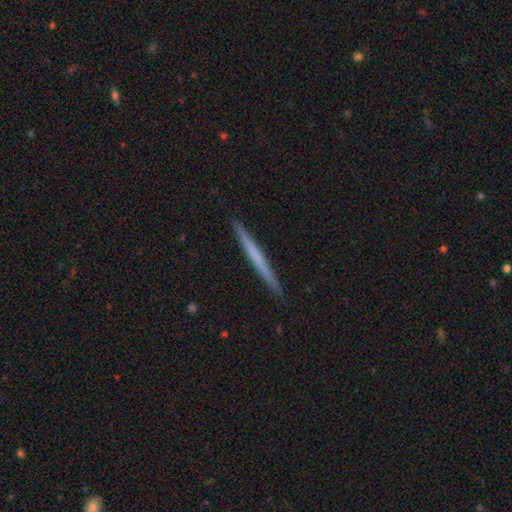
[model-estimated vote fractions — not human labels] The model was most divided on "smooth or featured": smooth: 51%, featured or disk: 43%, star or artifact: 6%. More confident: how rounded — cigar-shaped (97%); merging — none (93%).